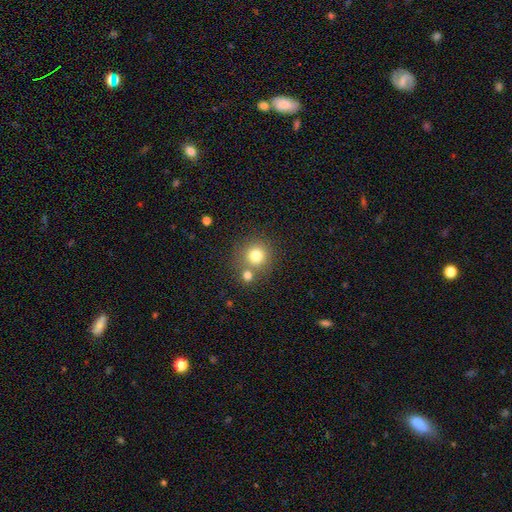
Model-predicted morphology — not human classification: Q: Smooth or featured?
A: smooth (77%); runner-up: star or artifact (13%)
Q: How rounded?
A: round (92%); runner-up: in between (7%)
Q: Merging?
A: none (65%); runner-up: merger (23%)